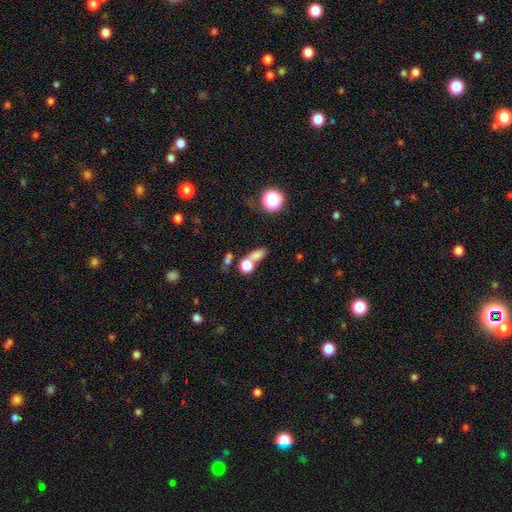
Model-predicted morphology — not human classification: This is likely a smooth galaxy (75%). How rounded: possibly in between (56%). Merging: marginally merger (42%).